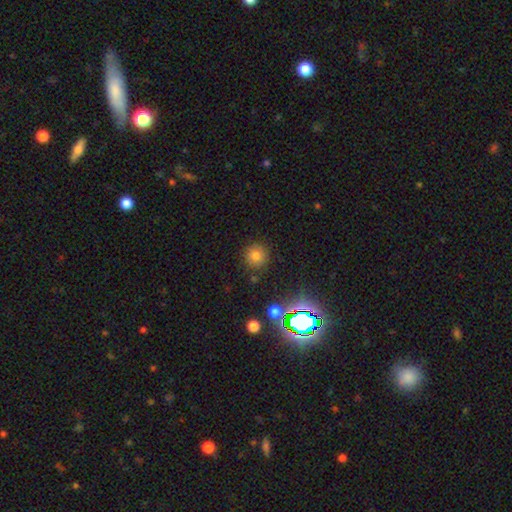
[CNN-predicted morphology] A smooth galaxy with no disk features (76%) that is round (92%).

Vote fractions:
- Smooth or featured? smooth: 76% / star or artifact: 17% / featured or disk: 7%
- How rounded? round: 92% / in between: 7% / cigar-shaped: 1%
- Merging? none: 86% / minor disturbance: 8% / merger: 3% / major disturbance: 3%